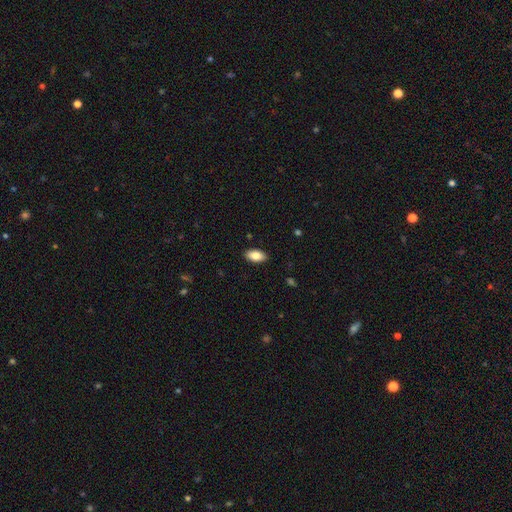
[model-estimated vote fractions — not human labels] This appears to be a smooth galaxy with no disk features (84%) that is in between round and cigar-shaped (94%). Merging: none (89%).